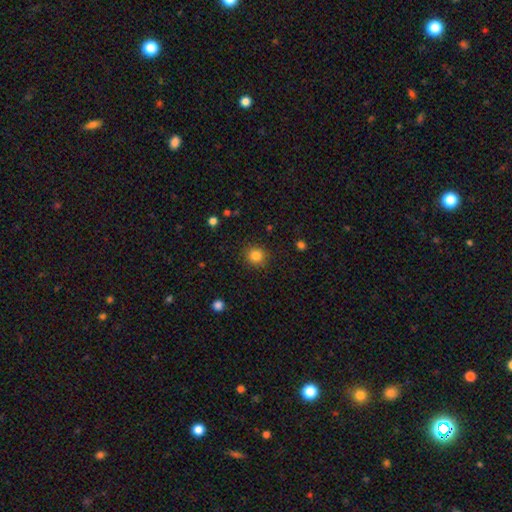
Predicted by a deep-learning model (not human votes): Smooth or featured? Predicted: smooth (p=0.84). How rounded? Predicted: round (p=0.90). Merging? Predicted: none (p=0.89).